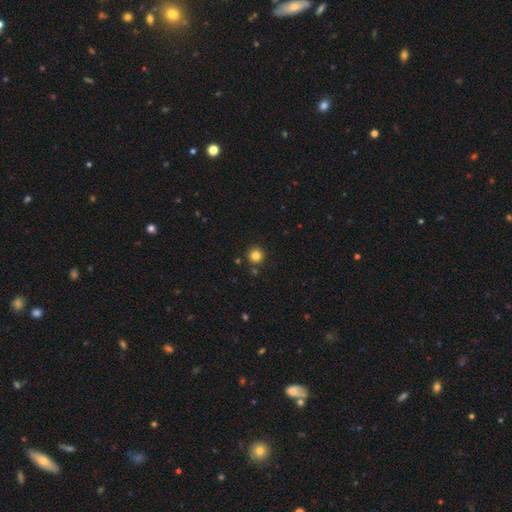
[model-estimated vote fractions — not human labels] This appears to be a smooth galaxy with no disk features (83%) that is round (95%). Merging: none (89%).